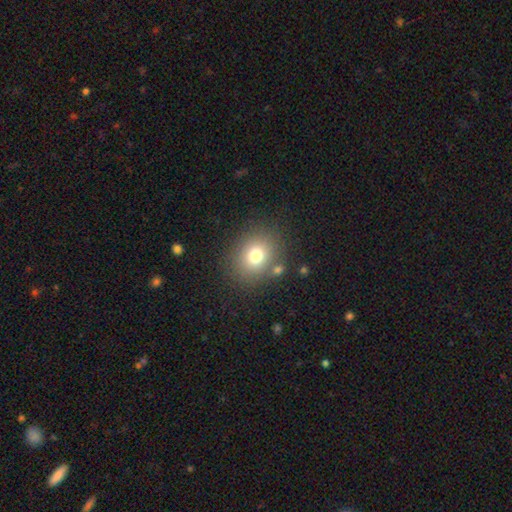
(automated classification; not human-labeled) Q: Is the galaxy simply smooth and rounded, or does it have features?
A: smooth — 75%.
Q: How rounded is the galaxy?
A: round — 61%.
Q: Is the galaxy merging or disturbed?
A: none — 79%.